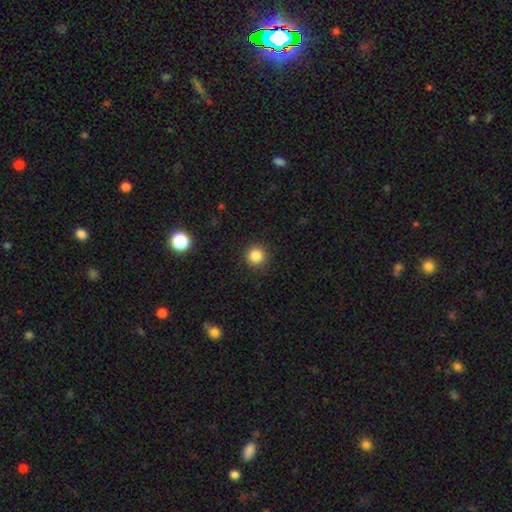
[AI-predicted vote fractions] A smooth galaxy with no disk features (85%) that is round (95%). Merging: none (91%).